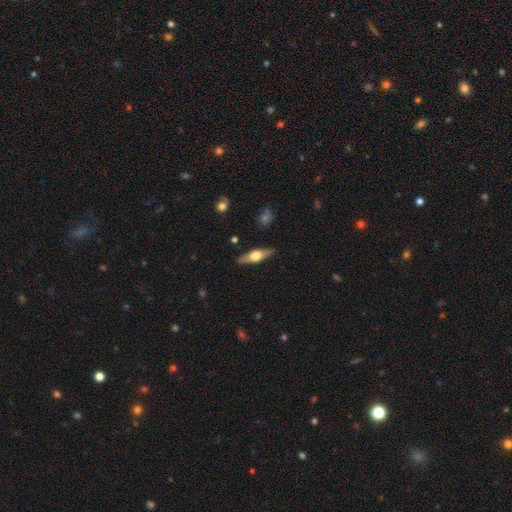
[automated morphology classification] smooth_or_featured: featured or disk (p=0.54) [alt: smooth p=0.41]
disk_edge_on: yes (p=0.92) [alt: no p=0.08]
merging: none (p=0.87) [alt: minor disturbance p=0.10]